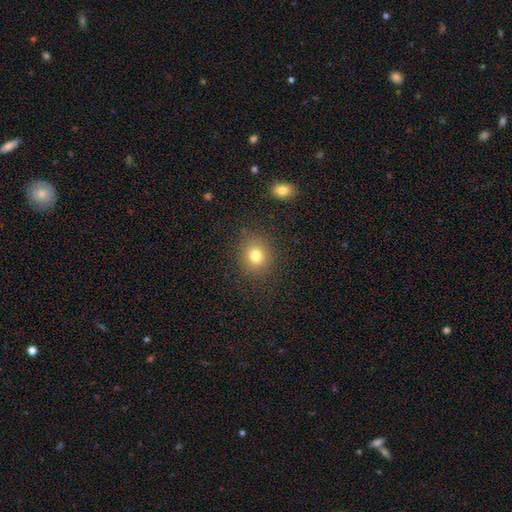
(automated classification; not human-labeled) A smooth galaxy with no disk features (78%) that is round (75%).

Vote fractions:
- Smooth or featured? smooth: 78% / star or artifact: 13% / featured or disk: 9%
- How rounded? round: 75% / in between: 24% / cigar-shaped: 1%
- Merging? none: 86% / minor disturbance: 9% / major disturbance: 3% / merger: 2%